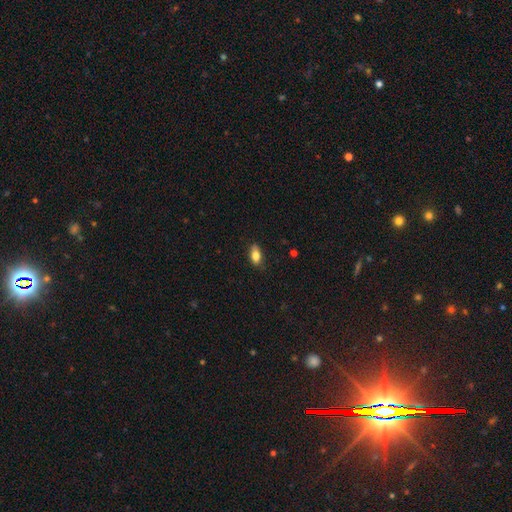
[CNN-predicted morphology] type=smooth (79%); roundness=in between (84%); merging=none (78%).